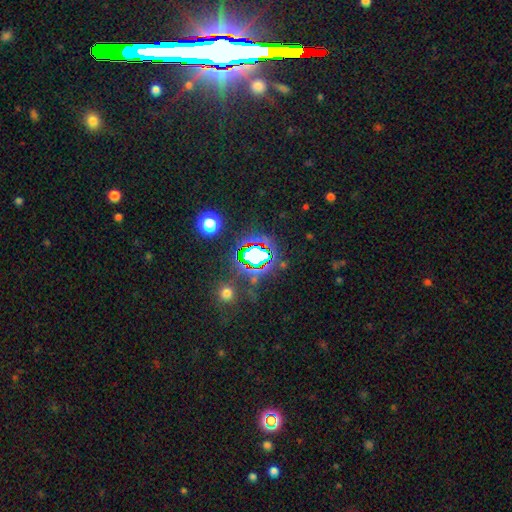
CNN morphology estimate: Smooth or featured?
  - star or artifact: 68% *
  - smooth: 20%
  - featured or disk: 12%